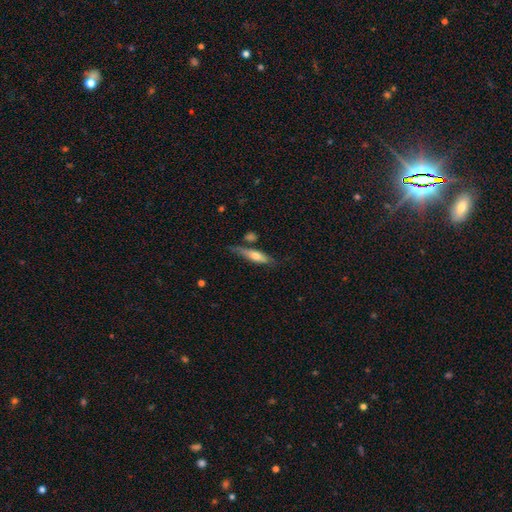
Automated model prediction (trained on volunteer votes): smooth-or-featured: smooth: 55% | featured or disk: 39% | star or artifact: 6%
  how-rounded: cigar-shaped: 73% | in between: 25% | round: 2%
  merging: none: 62% | minor disturbance: 22% | merger: 9% | major disturbance: 7%